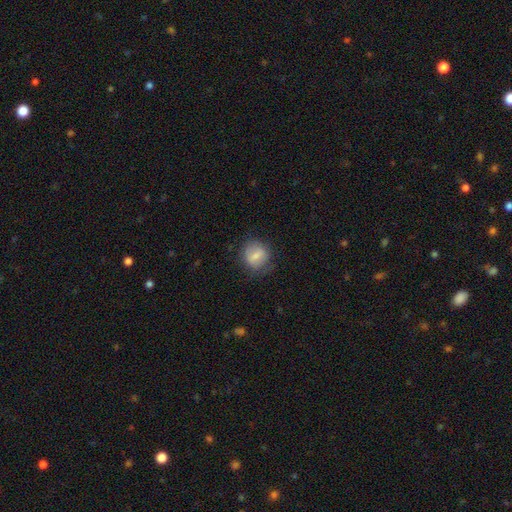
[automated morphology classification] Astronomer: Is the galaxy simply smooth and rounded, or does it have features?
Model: smooth — 66%.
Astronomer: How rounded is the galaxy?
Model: round — 71%.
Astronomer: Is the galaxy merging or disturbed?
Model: none — 74%.